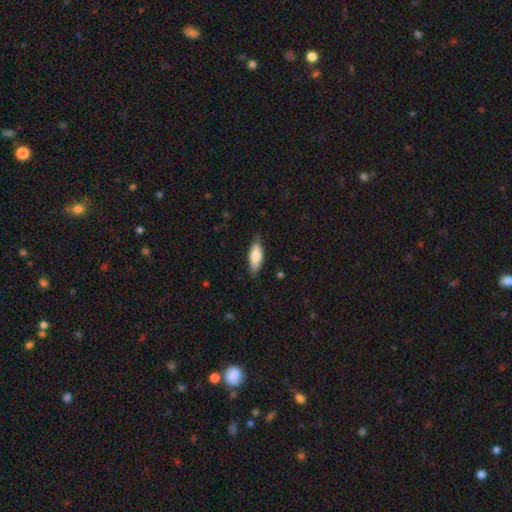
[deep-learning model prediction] smooth_or_featured: smooth (p=0.76) [alt: featured or disk p=0.18]
how_rounded: in between (p=0.67) [alt: cigar-shaped p=0.31]
merging: none (p=0.82) [alt: minor disturbance p=0.14]